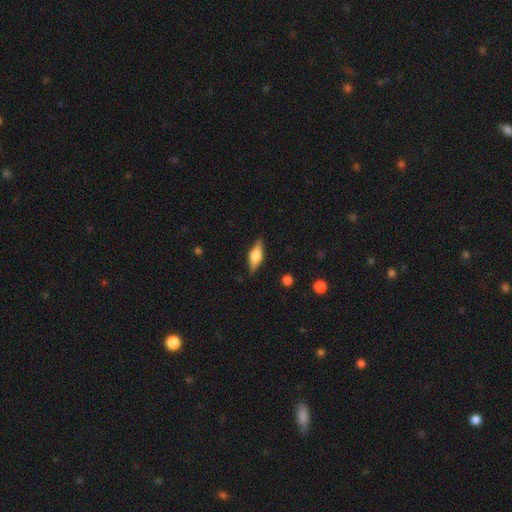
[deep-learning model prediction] A featured or disk galaxy (51%) viewed edge-on (94%).

Vote fractions:
- Smooth or featured? featured or disk: 51% / smooth: 42% / star or artifact: 7%
- Edge-on disk? yes: 94% / no: 6%
- Merging? none: 85% / minor disturbance: 11% / major disturbance: 2% / merger: 1%